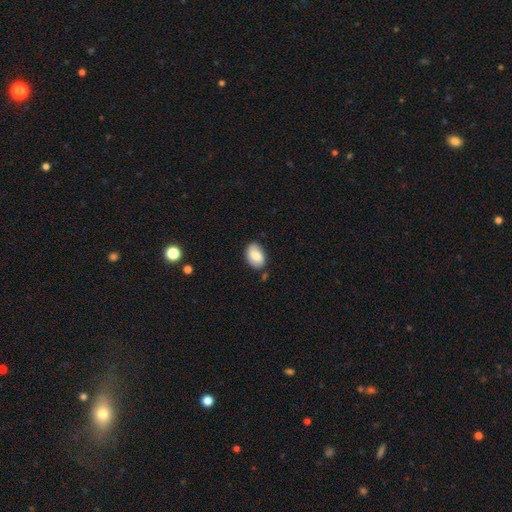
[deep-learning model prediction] Smooth or featured?
  - smooth: 84% *
  - featured or disk: 10%
  - star or artifact: 7%
How rounded?
  - in between: 90% *
  - round: 9%
  - cigar-shaped: 1%
Merging?
  - none: 77% *
  - minor disturbance: 17%
  - merger: 3%
  - major disturbance: 3%